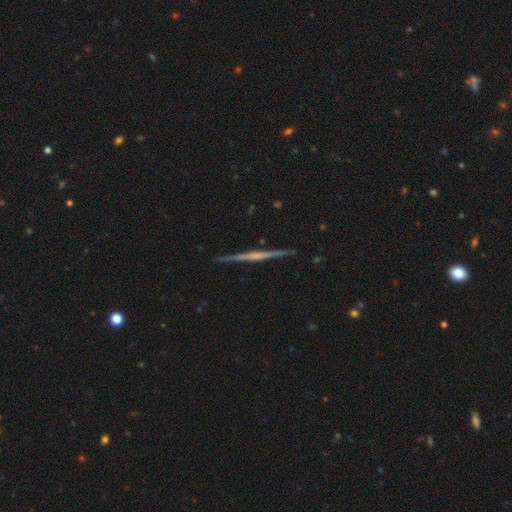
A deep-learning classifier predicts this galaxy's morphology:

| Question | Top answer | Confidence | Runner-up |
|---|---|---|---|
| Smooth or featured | featured or disk | 79% | smooth (16%) |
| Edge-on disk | yes | 99% | no (1%) |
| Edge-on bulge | none | 42% | rounded (40%) |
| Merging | none | 92% | minor disturbance (6%) |